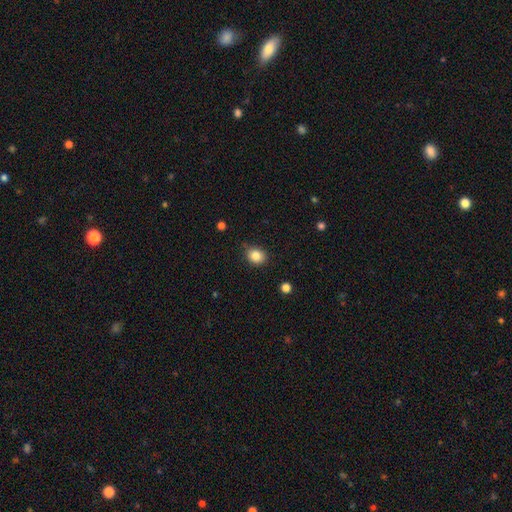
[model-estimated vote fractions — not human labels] This appears to be a smooth galaxy with no disk features (84%) that is round (61%). Merging: none (79%).